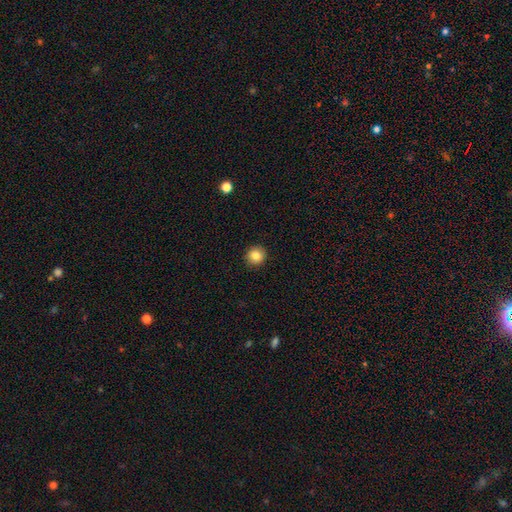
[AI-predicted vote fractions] A smooth galaxy with no disk features (85%) that is round (92%). Merging: none (91%).